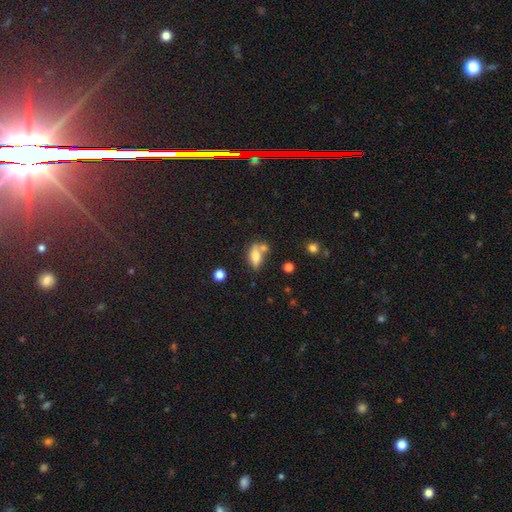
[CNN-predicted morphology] Smooth or featured? smooth (57%)
How rounded? in between (65%)
Merging? none (53%)